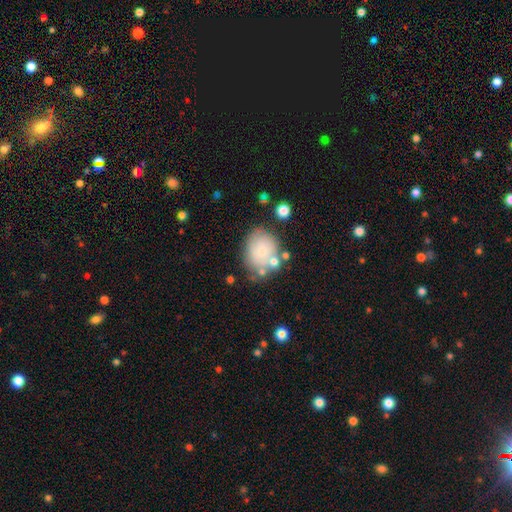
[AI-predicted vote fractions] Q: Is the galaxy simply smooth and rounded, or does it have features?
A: smooth — 69%.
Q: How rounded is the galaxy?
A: round — 56%.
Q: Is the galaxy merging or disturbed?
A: none — 59%.